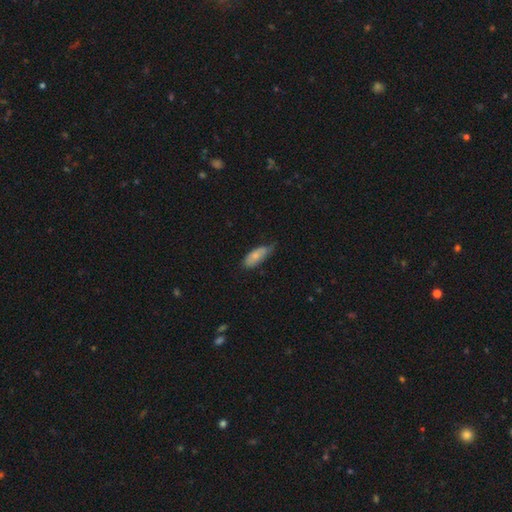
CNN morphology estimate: Q: Smooth or featured?
A: smooth (78%); runner-up: featured or disk (16%)
Q: How rounded?
A: in between (83%); runner-up: cigar-shaped (15%)
Q: Merging?
A: none (47%); runner-up: minor disturbance (42%)